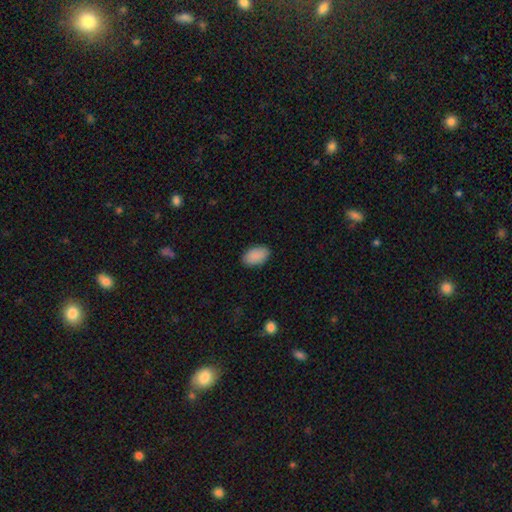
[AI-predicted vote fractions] A smooth galaxy with no disk features (90%) that is in between round and cigar-shaped (93%).

Vote fractions:
- Smooth or featured? smooth: 90% / star or artifact: 6% / featured or disk: 3%
- How rounded? in between: 93% / round: 6% / cigar-shaped: 1%
- Merging? none: 88% / minor disturbance: 9% / major disturbance: 2% / merger: 1%